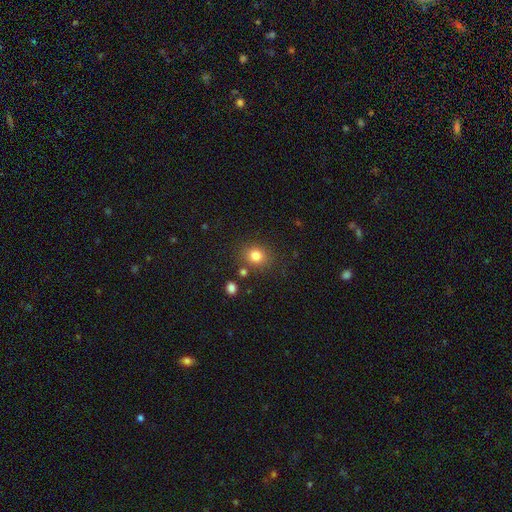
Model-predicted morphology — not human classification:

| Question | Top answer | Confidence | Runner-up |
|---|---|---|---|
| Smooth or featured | smooth | 82% | star or artifact (12%) |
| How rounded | round | 72% | in between (27%) |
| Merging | none | 79% | minor disturbance (11%) |